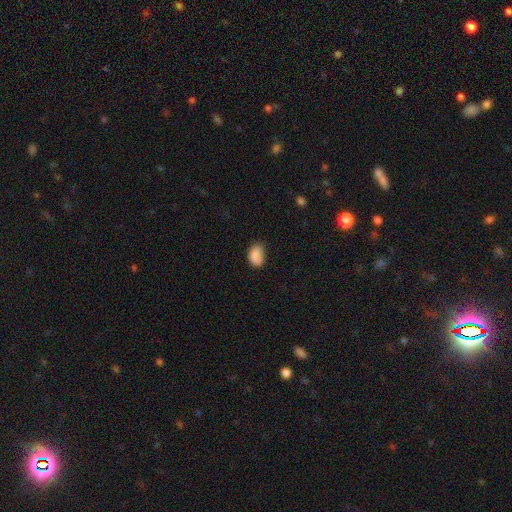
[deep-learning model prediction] Smooth or featured? Predicted: smooth (p=0.86). How rounded? Predicted: in between (p=0.84). Merging? Predicted: none (p=0.58).